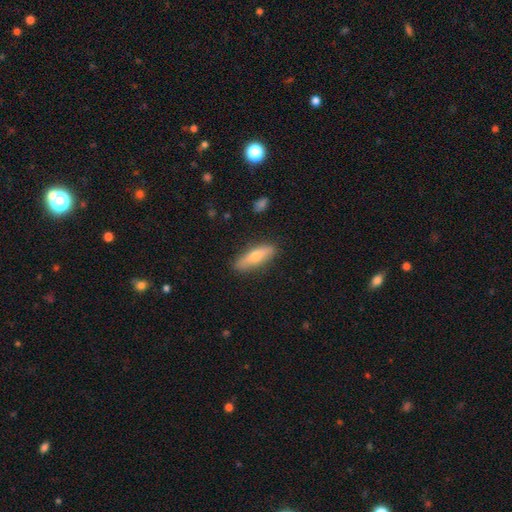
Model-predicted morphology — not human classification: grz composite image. It shows a smooth galaxy with no disk features (62%) that is cigar-shaped (62%). Merging: none (85%).